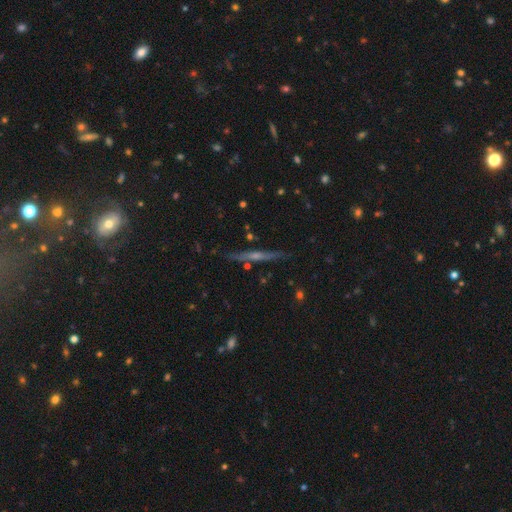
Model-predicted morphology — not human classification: featured or disk 71%, smooth 20%, star or artifact 8%. Down the decision tree: edge-on disk — yes (97%); edge-on bulge — rounded (65%); merging — none (87%).